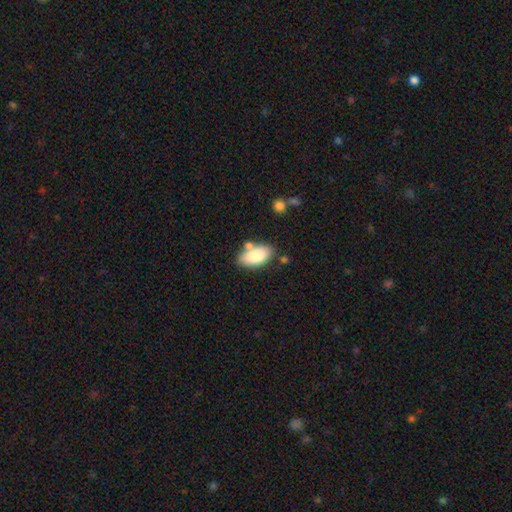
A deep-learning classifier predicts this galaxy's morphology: A smooth galaxy with no disk features (83%) that is in between round and cigar-shaped (93%).

Vote fractions:
- Smooth or featured? smooth: 83% / featured or disk: 10% / star or artifact: 7%
- How rounded? in between: 93% / cigar-shaped: 4% / round: 3%
- Merging? none: 68% / minor disturbance: 16% / merger: 12% / major disturbance: 4%